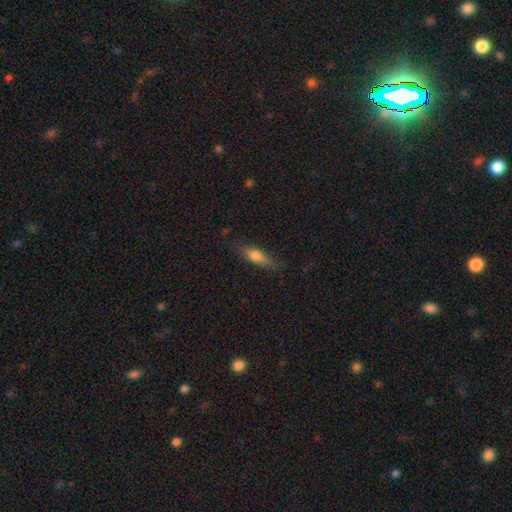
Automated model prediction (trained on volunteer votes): Smooth or featured? Predicted: smooth (p=0.68). How rounded? Predicted: cigar-shaped (p=0.50). Merging? Predicted: none (p=0.75).